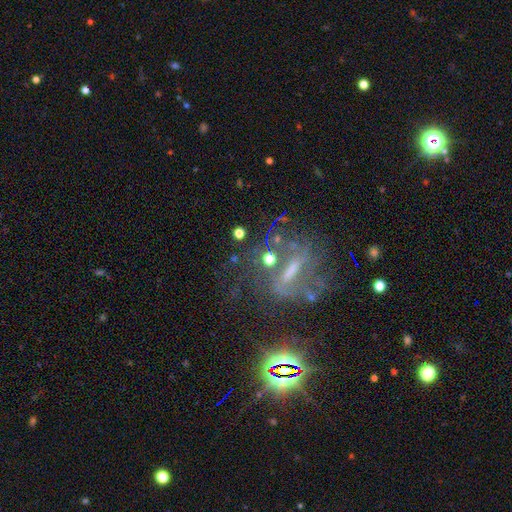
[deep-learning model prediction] A featured or disk galaxy (52%). Merging: none (57%).